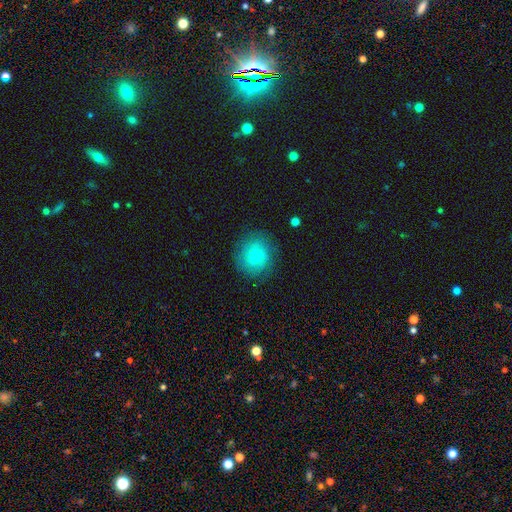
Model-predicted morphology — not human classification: smooth-or-featured: smooth: 69% | featured or disk: 23% | star or artifact: 8%
  how-rounded: round: 86% | in between: 13% | cigar-shaped: 1%
  merging: none: 81% | minor disturbance: 13% | major disturbance: 5% | merger: 1%